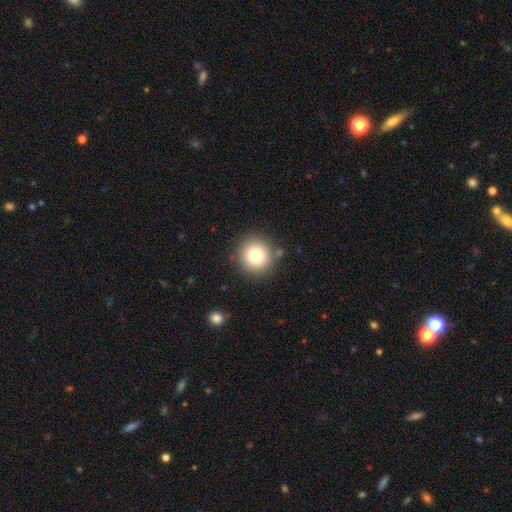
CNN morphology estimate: smooth_or_featured: smooth (p=0.78) [alt: star or artifact p=0.12]
how_rounded: round (p=0.95) [alt: in between p=0.04]
merging: none (p=0.86) [alt: minor disturbance p=0.08]